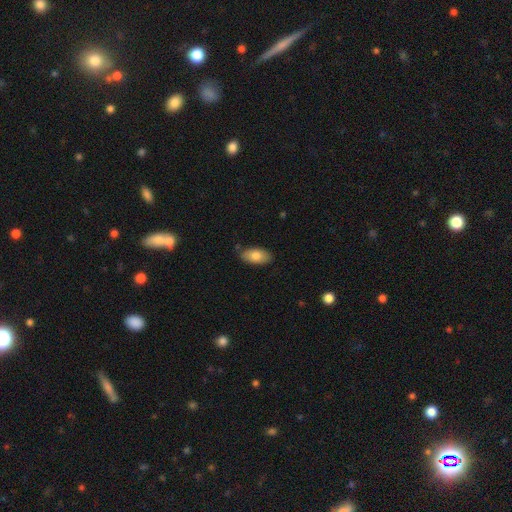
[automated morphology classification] A smooth galaxy with no disk features (78%) that is in between round and cigar-shaped (93%). Merging: none (84%).